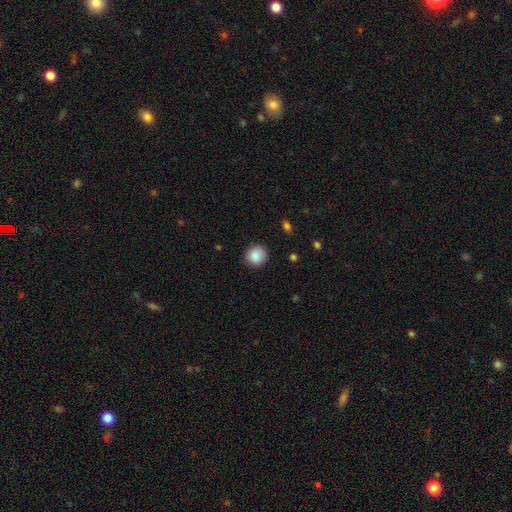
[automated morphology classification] type=smooth (88%); roundness=round (89%); merging=none (87%).